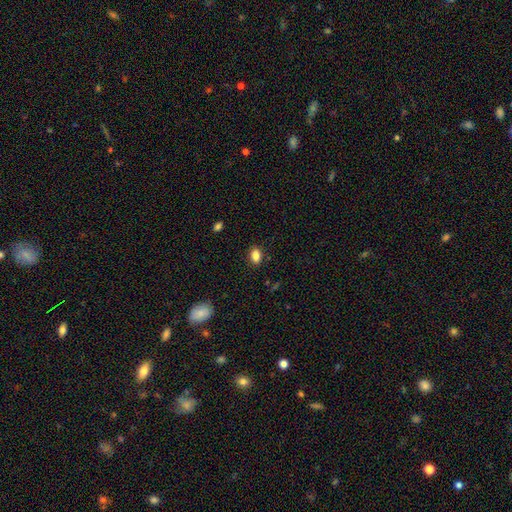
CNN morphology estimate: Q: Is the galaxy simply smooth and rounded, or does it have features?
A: smooth — 85%.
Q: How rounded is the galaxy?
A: in between — 80%.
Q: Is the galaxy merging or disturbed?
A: none — 87%.